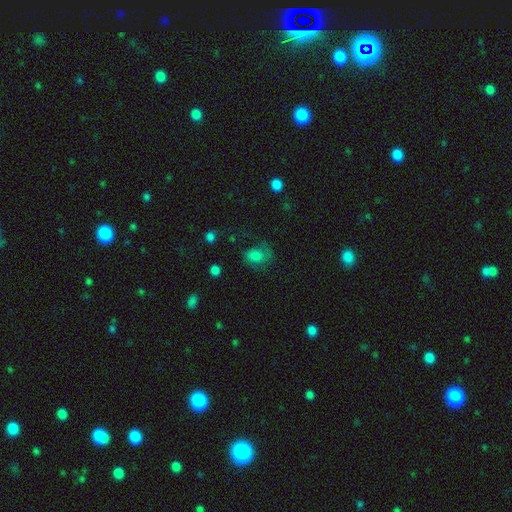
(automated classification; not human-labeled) This is likely a smooth galaxy (68%). How rounded: possibly in between (59%). Merging: possibly none (48%).